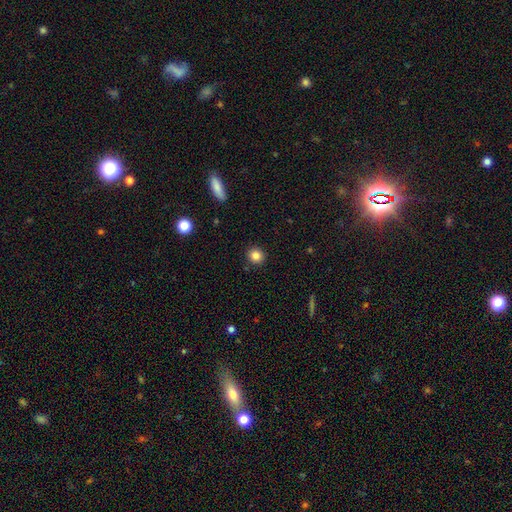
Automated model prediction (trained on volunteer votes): A smooth galaxy with no disk features (84%) that is round (90%).

Vote fractions:
- Smooth or featured? smooth: 84% / star or artifact: 11% / featured or disk: 6%
- How rounded? round: 90% / in between: 9% / cigar-shaped: 1%
- Merging? none: 91% / minor disturbance: 6% / major disturbance: 2% / merger: 1%